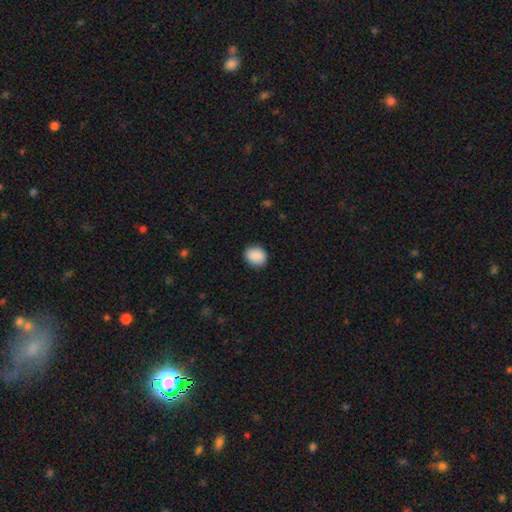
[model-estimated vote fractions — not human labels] A smooth galaxy with no disk features (89%) that is round (71%).

Vote fractions:
- Smooth or featured? smooth: 89% / star or artifact: 7% / featured or disk: 3%
- How rounded? round: 71% / in between: 28% / cigar-shaped: 1%
- Merging? none: 88% / minor disturbance: 9% / major disturbance: 2% / merger: 1%